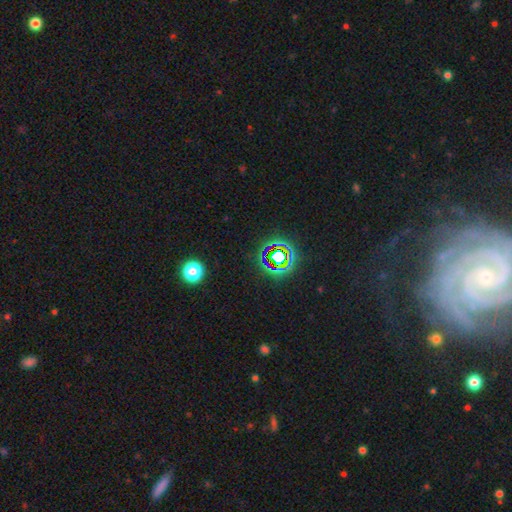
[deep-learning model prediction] Smooth or featured? featured or disk (59%)
Edge-on disk? no (92%)
Bar? no (53%)
Spiral arms? yes (79%)
Bulge size? small (61%)
Merging? none (70%)